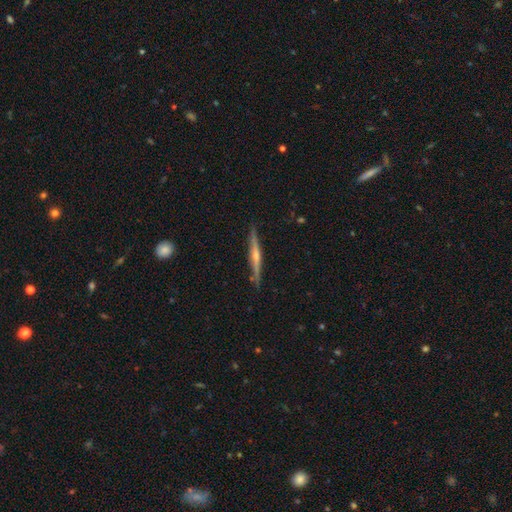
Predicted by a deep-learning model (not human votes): This is likely a featured or disk galaxy (73%). It is clearly viewed edge-on (98%). Edge-on bulge: likely rounded (75%). Merging: clearly none (88%).